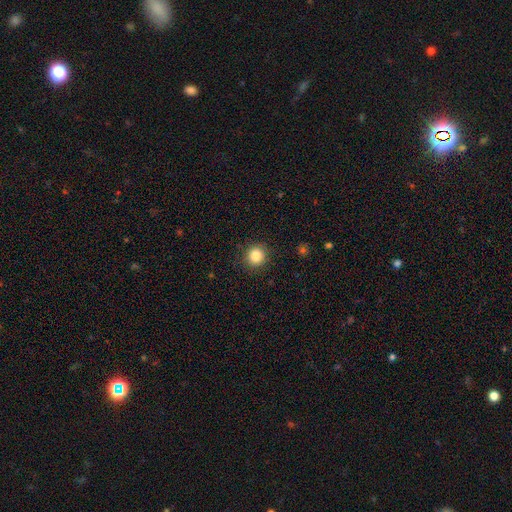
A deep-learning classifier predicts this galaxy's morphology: This is clearly a smooth galaxy (84%). How rounded: clearly round (91%). Merging: clearly none (91%).